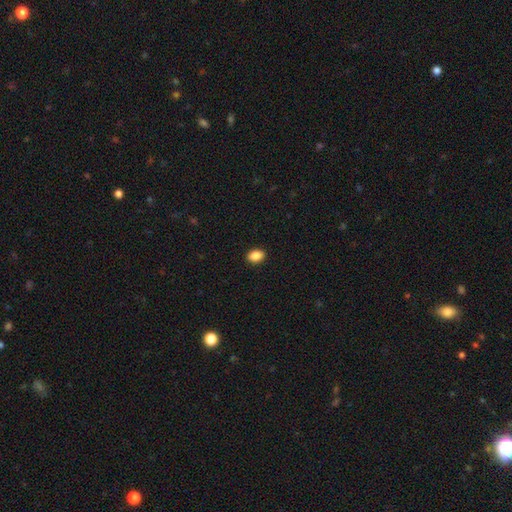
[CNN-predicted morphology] A smooth galaxy with no disk features (88%) that is in between round and cigar-shaped (74%).

Vote fractions:
- Smooth or featured? smooth: 88% / star or artifact: 9% / featured or disk: 3%
- How rounded? in between: 74% / round: 25% / cigar-shaped: 1%
- Merging? none: 91% / minor disturbance: 6% / major disturbance: 2% / merger: 1%